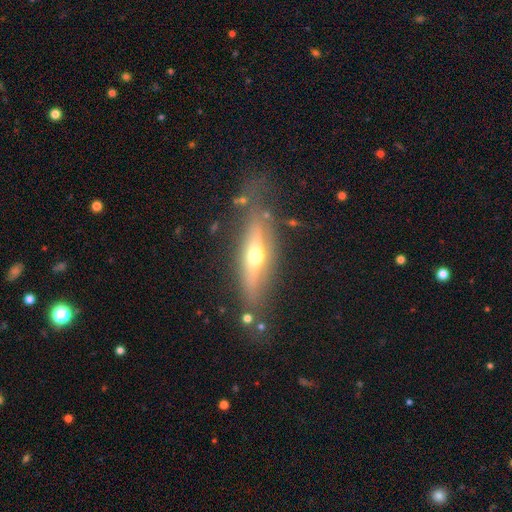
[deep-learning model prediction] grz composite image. It shows a featured or disk galaxy (58%) viewed edge-on (78%). Merging: none (69%).